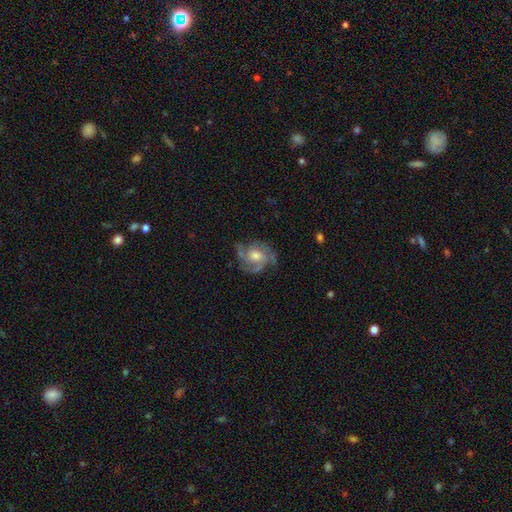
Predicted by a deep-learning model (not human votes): This appears to be a featured or disk galaxy (83%) with no bar (66%), 3 (44%) medium (46%) spiral arms (95%) and a moderate central bulge (64%). Merging: none (69%).